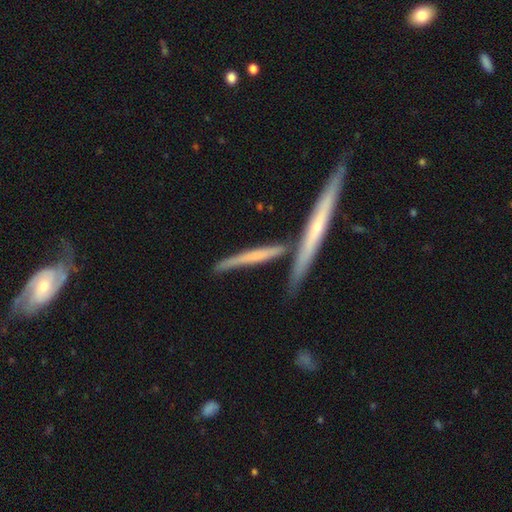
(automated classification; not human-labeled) Overall: featured or disk (56%; smooth 37%). Edge-on disk: yes (93%). Edge-on bulge: none (70%). Merging: none (66%).